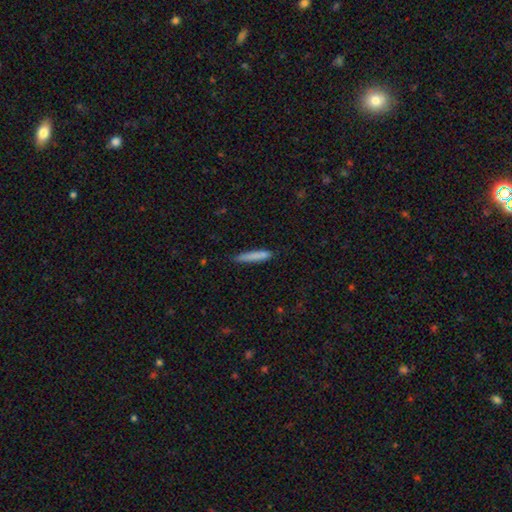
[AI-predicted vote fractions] A smooth galaxy with no disk features (81%) that is cigar-shaped (93%).

Vote fractions:
- Smooth or featured? smooth: 81% / featured or disk: 12% / star or artifact: 7%
- How rounded? cigar-shaped: 93% / in between: 6% / round: 1%
- Merging? none: 81% / minor disturbance: 15% / major disturbance: 3% / merger: 2%